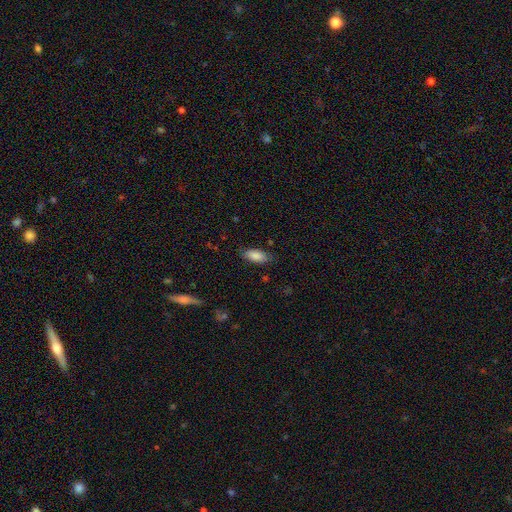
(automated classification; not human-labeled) A smooth galaxy with no disk features (86%) that is in between round and cigar-shaped (84%).

Vote fractions:
- Smooth or featured? smooth: 86% / featured or disk: 7% / star or artifact: 7%
- How rounded? in between: 84% / cigar-shaped: 14% / round: 2%
- Merging? none: 80% / minor disturbance: 15% / major disturbance: 3% / merger: 1%